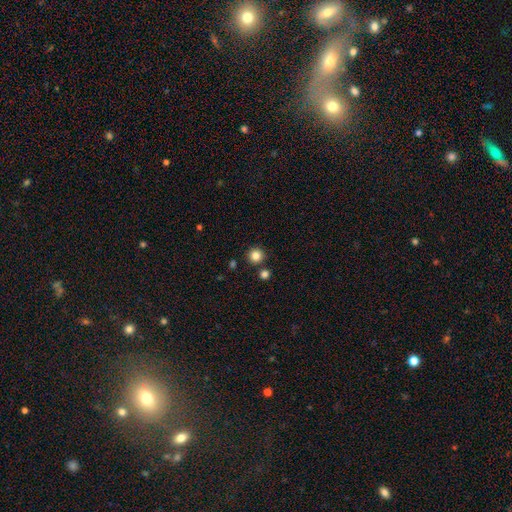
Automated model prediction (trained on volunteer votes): A smooth galaxy with no disk features (83%) that is round (95%). Merging: none (87%).